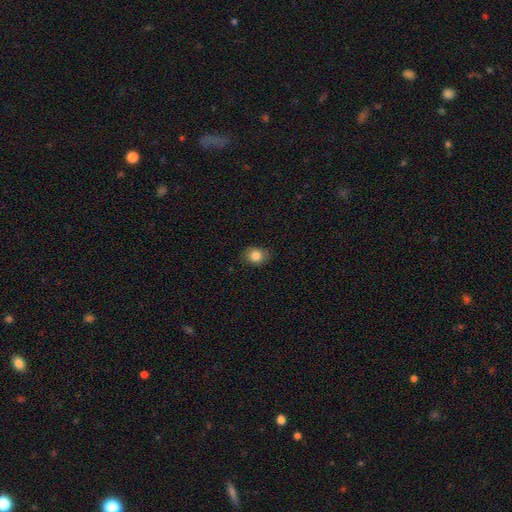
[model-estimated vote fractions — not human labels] smooth-or-featured: smooth: 83% | star or artifact: 9% | featured or disk: 8%
  how-rounded: round: 53% | in between: 46% | cigar-shaped: 1%
  merging: none: 81% | minor disturbance: 15% | major disturbance: 4% | merger: 1%